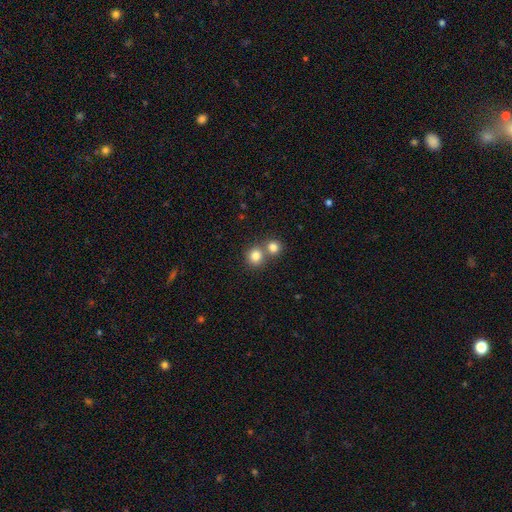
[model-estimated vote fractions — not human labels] Q: Smooth or featured?
A: smooth (81%); runner-up: star or artifact (12%)
Q: How rounded?
A: round (89%); runner-up: in between (10%)
Q: Merging?
A: none (53%); runner-up: merger (39%)